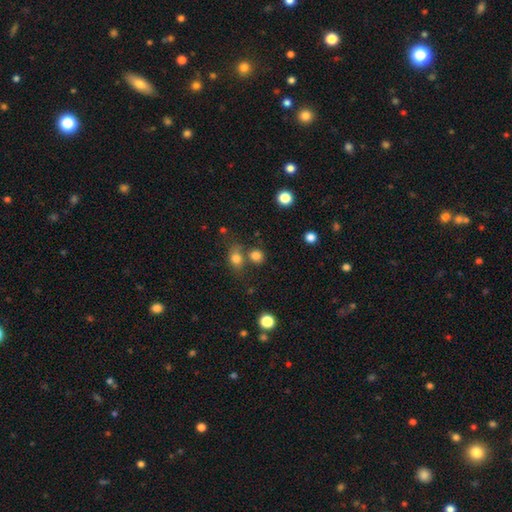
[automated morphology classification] Q: Smooth or featured?
A: smooth (80%); runner-up: star or artifact (14%)
Q: How rounded?
A: round (79%); runner-up: in between (20%)
Q: Merging?
A: none (63%); runner-up: merger (24%)